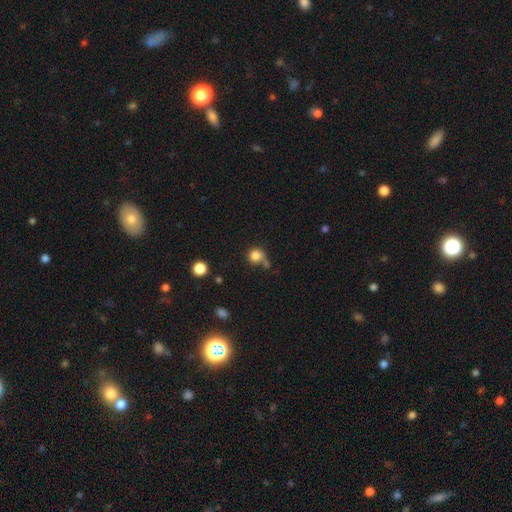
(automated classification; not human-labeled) Smooth or featured?
  - smooth: 82% *
  - star or artifact: 11%
  - featured or disk: 7%
How rounded?
  - round: 88% *
  - in between: 11%
  - cigar-shaped: 1%
Merging?
  - none: 54% *
  - merger: 20%
  - minor disturbance: 17%
  - major disturbance: 9%